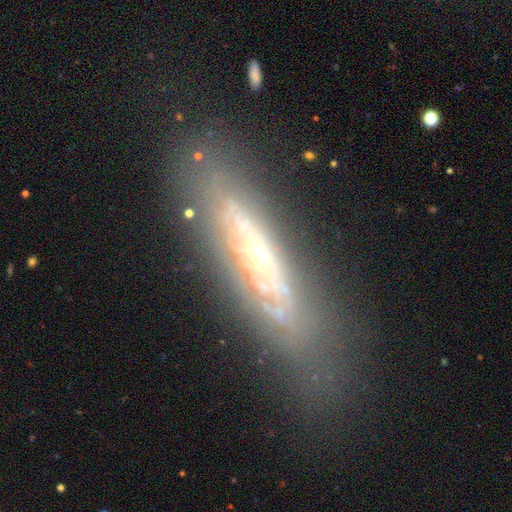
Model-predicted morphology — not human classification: featured or disk 77%, smooth 16%, star or artifact 7%. Down the decision tree: edge-on disk — no (61%); merging — none (71%).